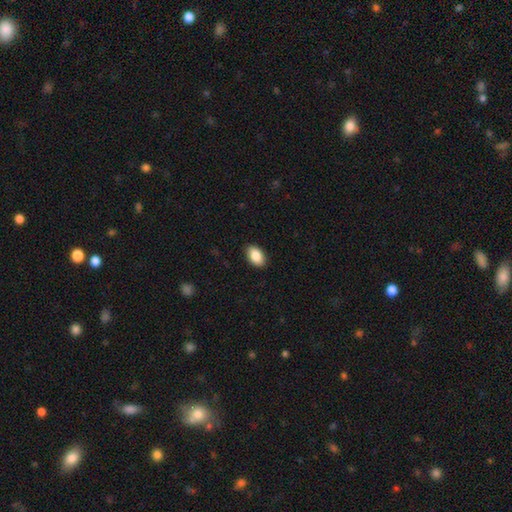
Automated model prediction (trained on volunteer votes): This appears to be a smooth galaxy with no disk features (87%) that is in between round and cigar-shaped (92%). Merging: none (89%).